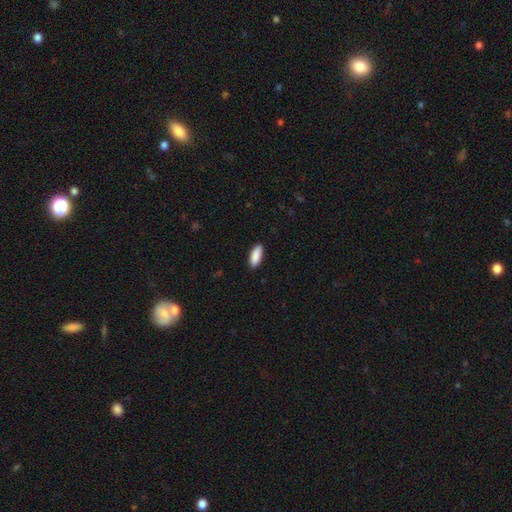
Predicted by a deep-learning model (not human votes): Overall: smooth (90%). How rounded: in between (74%). Merging: none (89%).